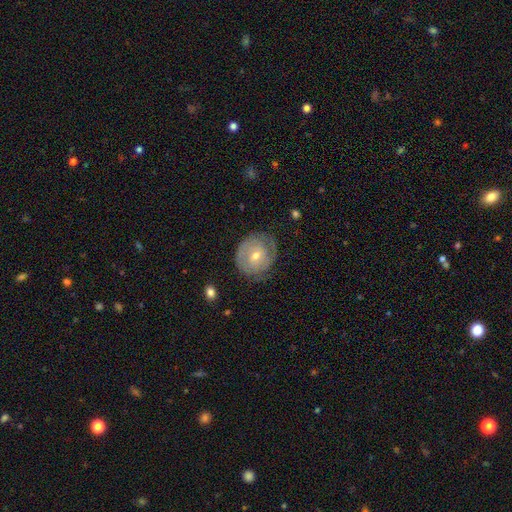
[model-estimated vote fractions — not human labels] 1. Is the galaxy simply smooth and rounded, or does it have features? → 64% featured or disk, 30% smooth, 6% star or artifact.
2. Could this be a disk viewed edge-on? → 97% no, 3% yes.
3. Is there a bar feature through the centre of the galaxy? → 61% no, 32% weak, 7% strong.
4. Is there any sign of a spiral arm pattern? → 75% yes, 25% no.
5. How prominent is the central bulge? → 52% small, 45% moderate, 1% large, 1% none, 1% dominant.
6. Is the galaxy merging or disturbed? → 70% none, 20% minor disturbance, 8% major disturbance, 1% merger.